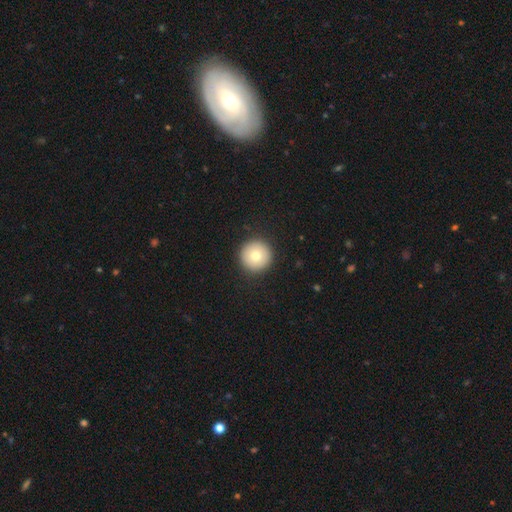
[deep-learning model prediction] smooth 78%, featured or disk 14%, star or artifact 8%. Down the decision tree: how rounded — round (97%); merging — none (93%).